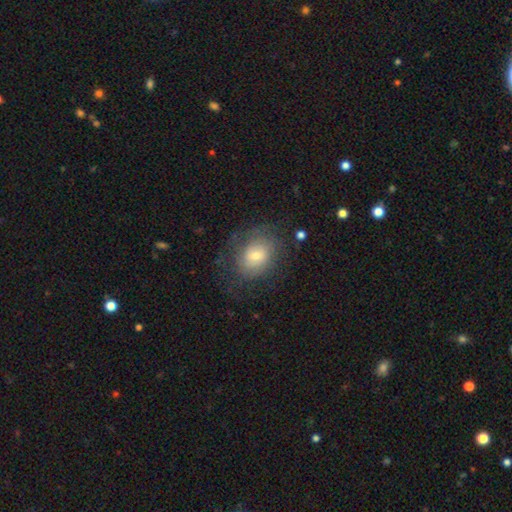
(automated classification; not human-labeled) A smooth galaxy with no disk features (53%) that is in between round and cigar-shaped (63%).

Vote fractions:
- Smooth or featured? smooth: 53% / featured or disk: 37% / star or artifact: 10%
- How rounded? in between: 63% / round: 36% / cigar-shaped: 1%
- Merging? none: 68% / minor disturbance: 19% / major disturbance: 12% / merger: 1%